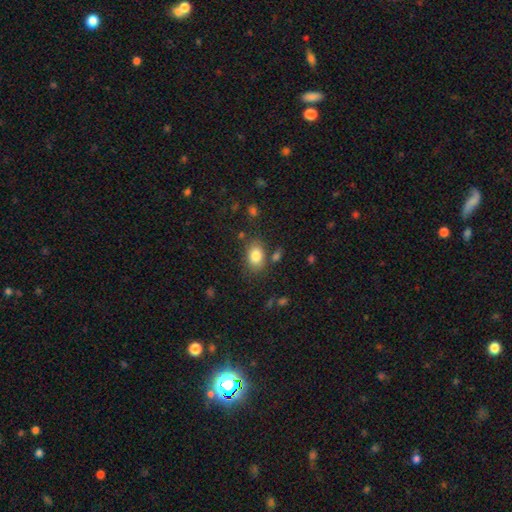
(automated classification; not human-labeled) smooth-or-featured: smooth: 83% | star or artifact: 9% | featured or disk: 8%
  how-rounded: in between: 80% | round: 19% | cigar-shaped: 1%
  merging: none: 76% | minor disturbance: 14% | merger: 6% | major disturbance: 4%